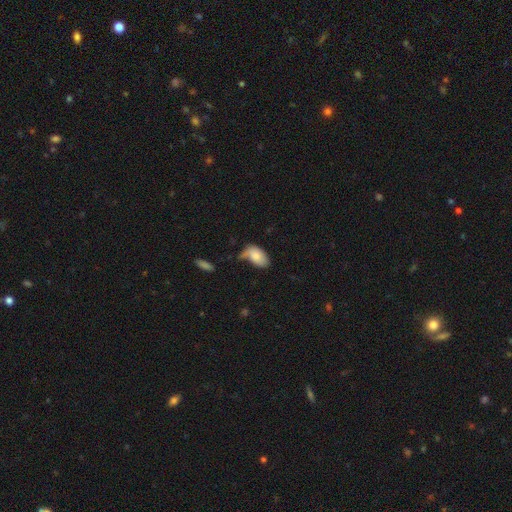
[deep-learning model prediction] Smooth or featured? Predicted: smooth (p=0.79). How rounded? Predicted: in between (p=0.93). Merging? Predicted: none (p=0.39).